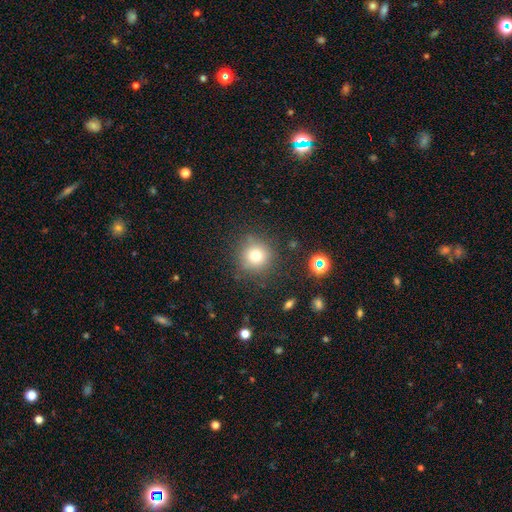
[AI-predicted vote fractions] Smooth or featured? Predicted: smooth (p=0.74). How rounded? Predicted: round (p=0.93). Merging? Predicted: none (p=0.83).